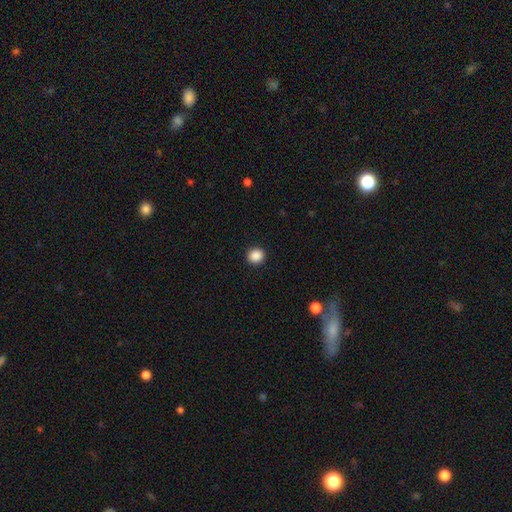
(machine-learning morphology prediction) type=smooth (88%); roundness=round (91%); merging=none (92%).